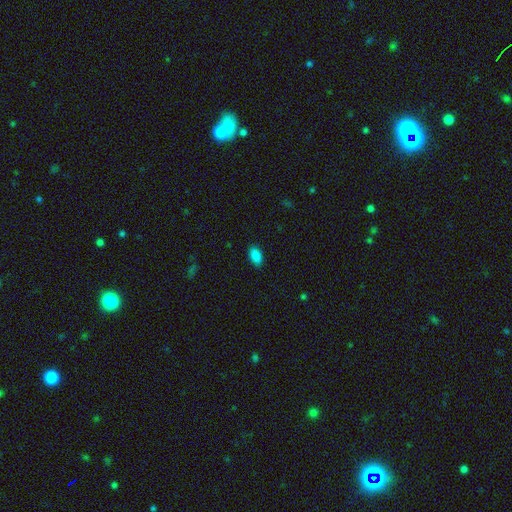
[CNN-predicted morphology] smooth_or_featured: smooth (p=0.88) [alt: star or artifact p=0.09]
how_rounded: in between (p=0.93) [alt: round p=0.04]
merging: none (p=0.88) [alt: minor disturbance p=0.09]